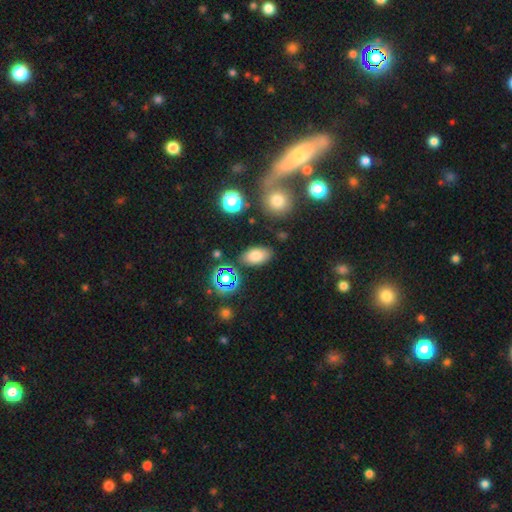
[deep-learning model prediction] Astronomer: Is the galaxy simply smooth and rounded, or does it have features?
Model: smooth — 76%.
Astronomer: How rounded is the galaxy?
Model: in between — 90%.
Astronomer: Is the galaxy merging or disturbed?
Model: none — 83%.